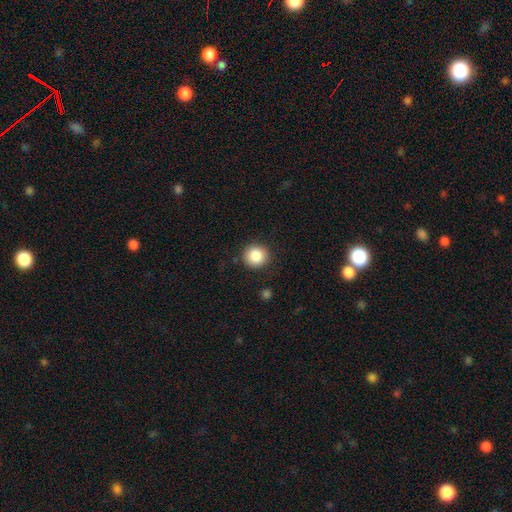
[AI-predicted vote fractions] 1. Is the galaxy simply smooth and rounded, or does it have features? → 87% smooth, 9% star or artifact, 4% featured or disk.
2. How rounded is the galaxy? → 92% round, 7% in between, 1% cigar-shaped.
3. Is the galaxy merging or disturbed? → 88% none, 8% minor disturbance, 2% major disturbance, 1% merger.